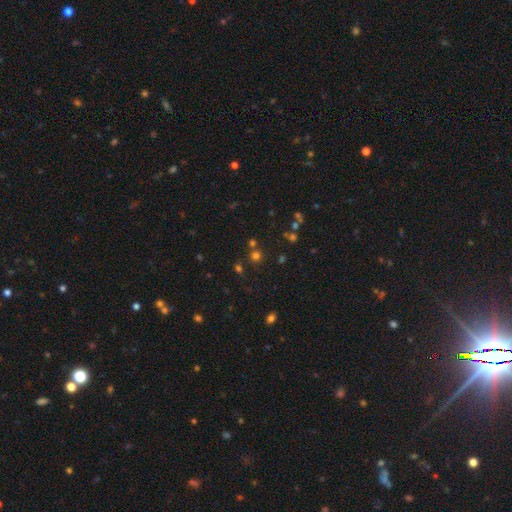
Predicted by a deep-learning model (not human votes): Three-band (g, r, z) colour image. It shows a smooth galaxy with no disk features (62%) that is round (91%). Merging: none (75%).